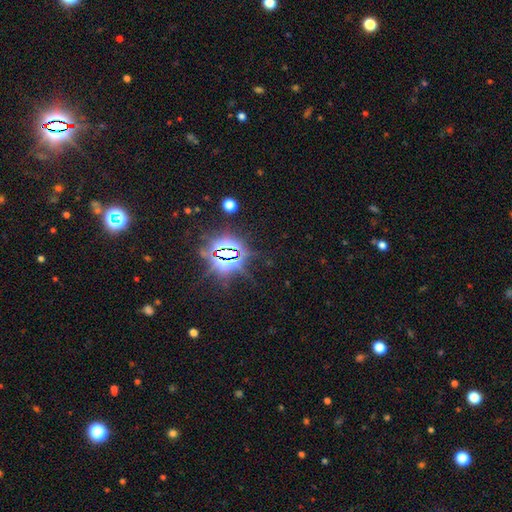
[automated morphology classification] smooth-or-featured: star or artifact: 84% | smooth: 9% | featured or disk: 7%